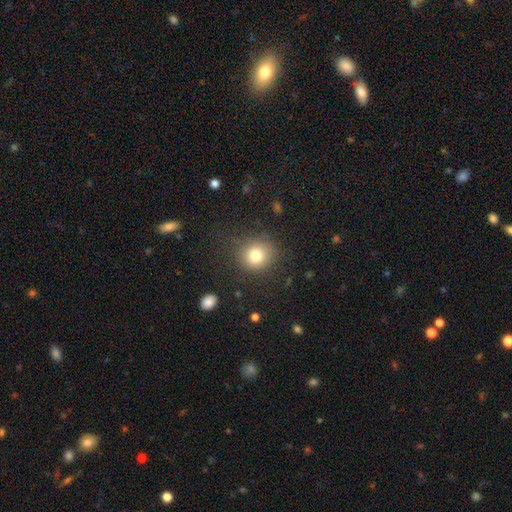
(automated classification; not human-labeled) This appears to be a smooth galaxy with no disk features (79%) that is round (83%). Merging: none (81%).